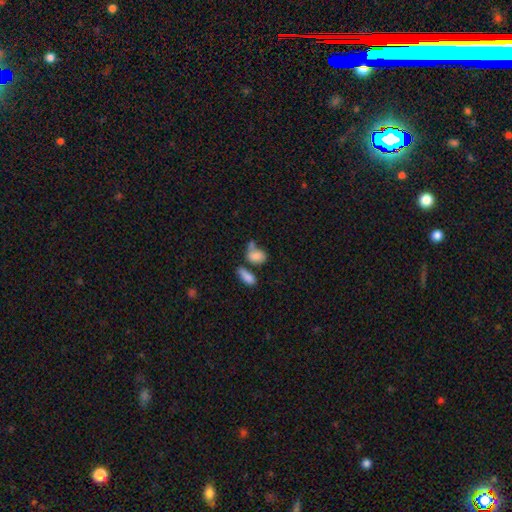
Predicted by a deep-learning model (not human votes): Morphology: type=smooth (82%); roundness=in between (81%); merging=merger (41%).